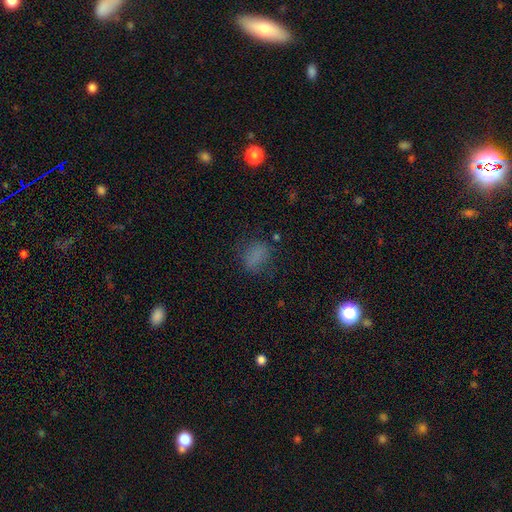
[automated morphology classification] smooth-or-featured: smooth: 71% | star or artifact: 19% | featured or disk: 10%
  how-rounded: in between: 58% | round: 40% | cigar-shaped: 2%
  merging: none: 67% | minor disturbance: 20% | major disturbance: 11% | merger: 2%